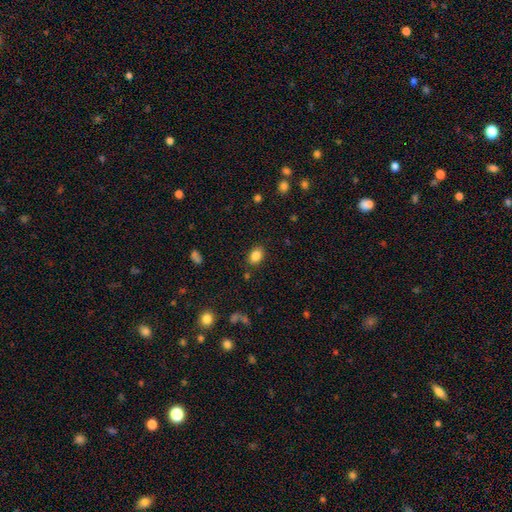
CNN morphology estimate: Smooth or featured? smooth (85%)
How rounded? in between (75%)
Merging? none (85%)